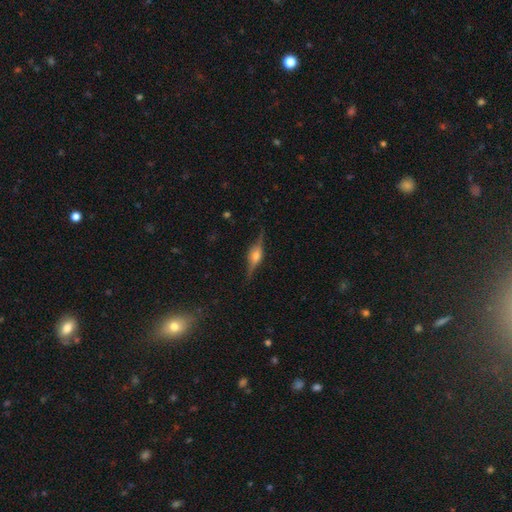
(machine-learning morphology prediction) featured or disk 77%, smooth 15%, star or artifact 8%. Down the decision tree: edge-on disk — yes (96%); edge-on bulge — rounded (84%); merging — none (82%).